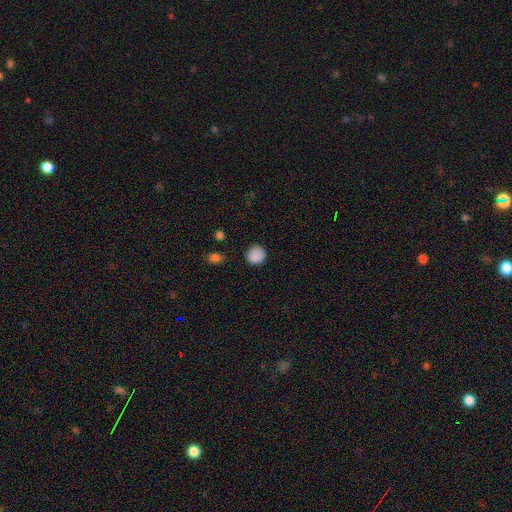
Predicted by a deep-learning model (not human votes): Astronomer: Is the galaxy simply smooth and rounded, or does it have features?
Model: smooth — 88%.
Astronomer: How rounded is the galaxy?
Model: round — 91%.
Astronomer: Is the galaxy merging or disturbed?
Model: none — 87%.